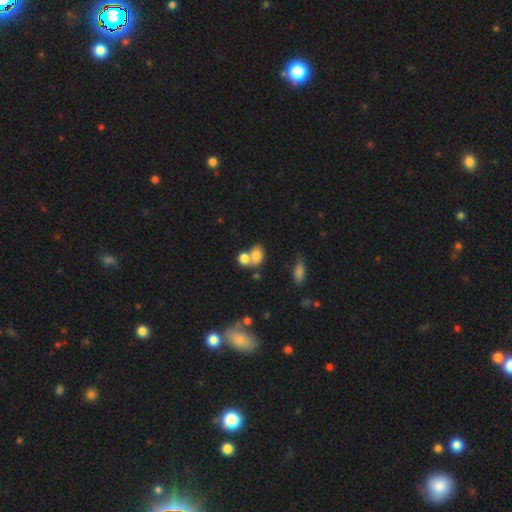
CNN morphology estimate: This is likely a smooth galaxy (76%). How rounded: possibly in between (58%). Merging: possibly merger (58%).